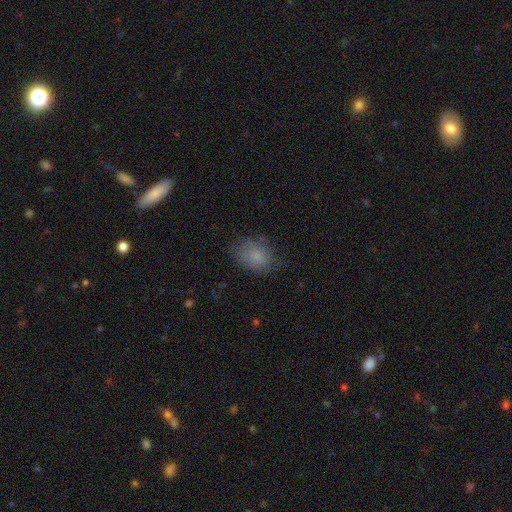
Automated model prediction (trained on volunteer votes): Smooth or featured? smooth (81%)
How rounded? in between (63%)
Merging? none (69%)